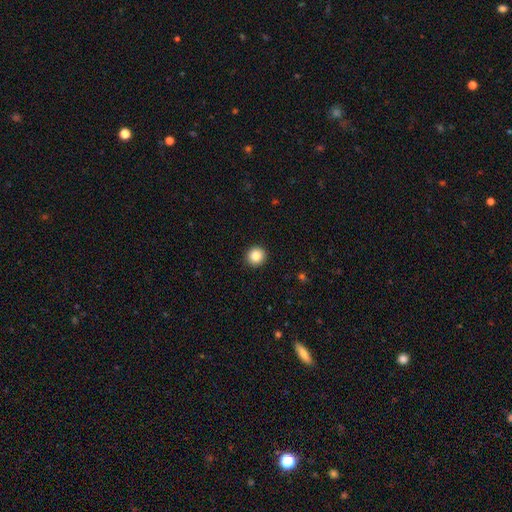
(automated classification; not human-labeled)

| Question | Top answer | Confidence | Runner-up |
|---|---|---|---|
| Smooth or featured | smooth | 86% | star or artifact (10%) |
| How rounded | round | 93% | in between (6%) |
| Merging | none | 93% | minor disturbance (5%) |